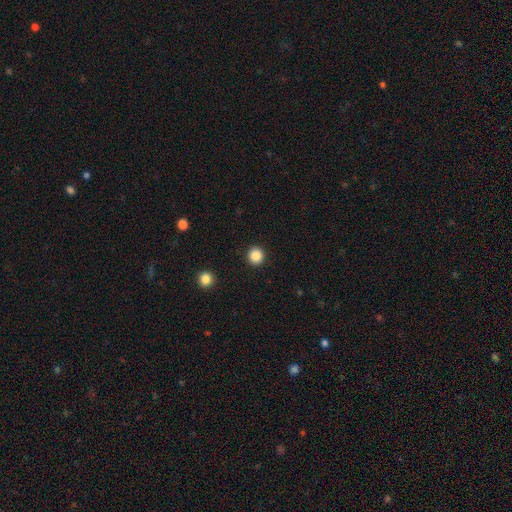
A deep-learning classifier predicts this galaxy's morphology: A smooth galaxy with no disk features (87%) that is round (93%). Merging: none (92%).